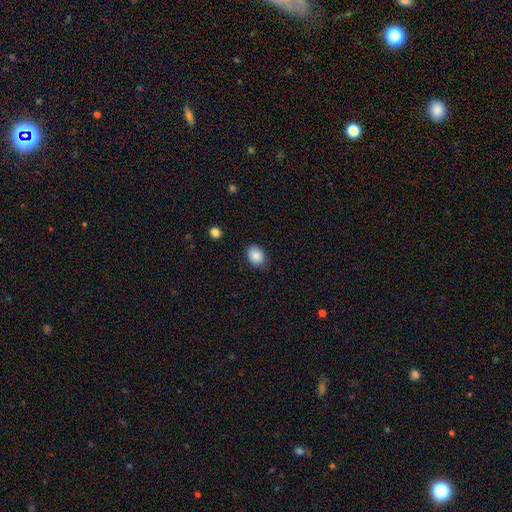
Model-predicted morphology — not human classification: The model was most divided on "how rounded": in between: 67%, round: 32%, cigar-shaped: 1%. More confident: smooth or featured — smooth (87%); merging — none (79%).